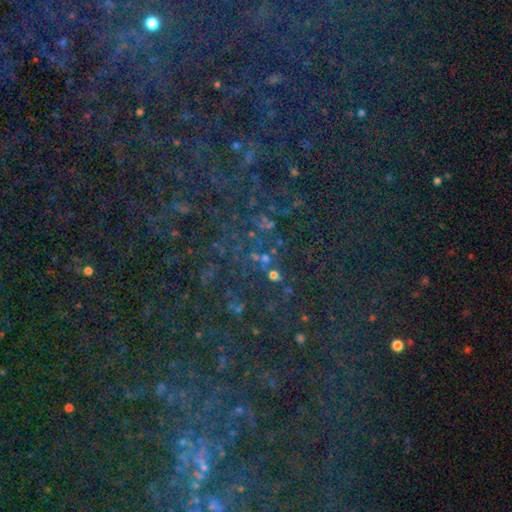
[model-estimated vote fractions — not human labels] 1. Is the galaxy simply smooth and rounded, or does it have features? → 82% star or artifact, 11% smooth, 8% featured or disk.